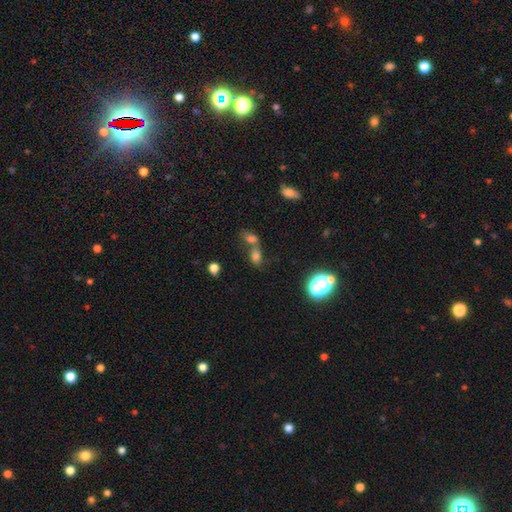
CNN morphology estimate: The model was most divided on "merging": merger: 57%, none: 29%, minor disturbance: 8%, major disturbance: 5%. More confident: how rounded — in between (71%); smooth or featured — smooth (68%).